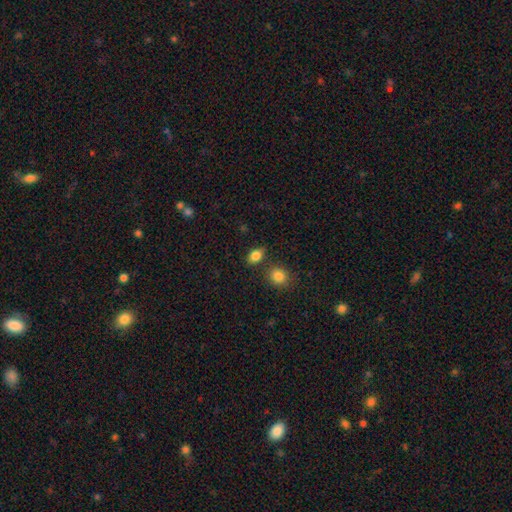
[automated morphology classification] smooth-or-featured: smooth: 84% | star or artifact: 9% | featured or disk: 6%
  how-rounded: in between: 74% | round: 24% | cigar-shaped: 2%
  merging: none: 75% | minor disturbance: 13% | merger: 9% | major disturbance: 3%